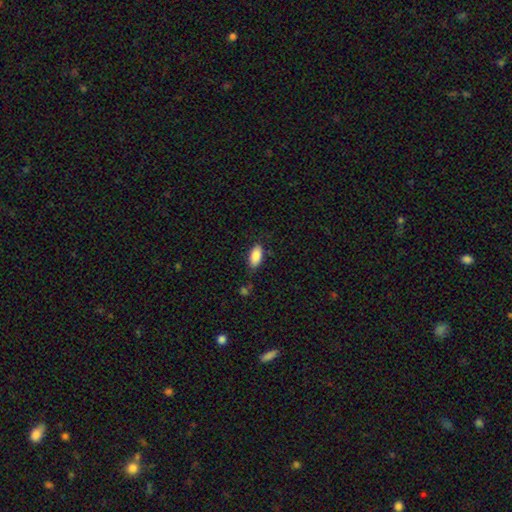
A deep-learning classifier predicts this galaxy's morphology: A smooth galaxy with no disk features (86%) that is in between round and cigar-shaped (91%). Merging: none (75%).